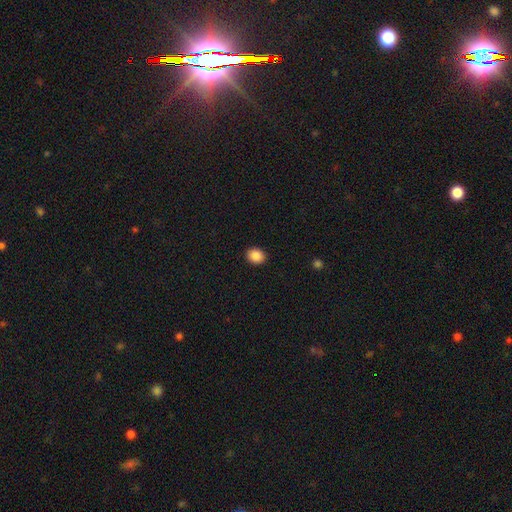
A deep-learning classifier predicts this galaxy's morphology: The model was most divided on "how rounded": round: 55%, in between: 44%, cigar-shaped: 1%. More confident: merging — none (91%); smooth or featured — smooth (88%).